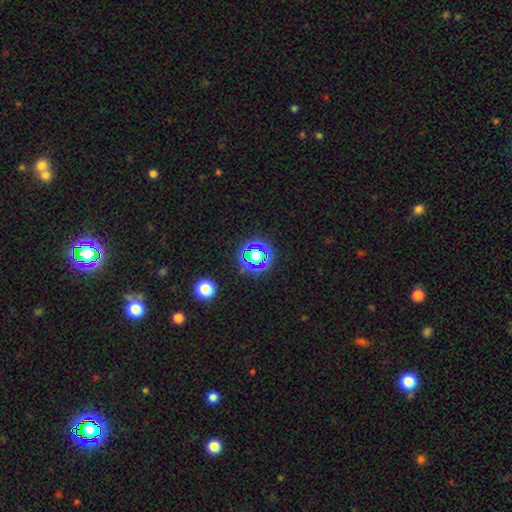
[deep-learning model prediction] A star or artifact, not a galaxy (54%).

Vote fractions:
- Smooth or featured? star or artifact: 54% / smooth: 33% / featured or disk: 12%